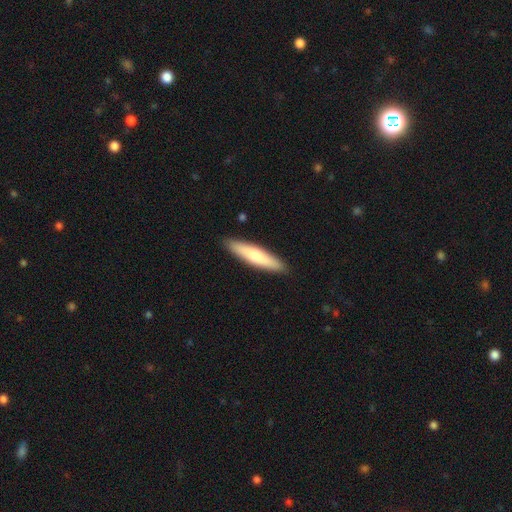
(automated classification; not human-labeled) Smooth or featured? smooth (70%)
How rounded? cigar-shaped (85%)
Merging? none (90%)